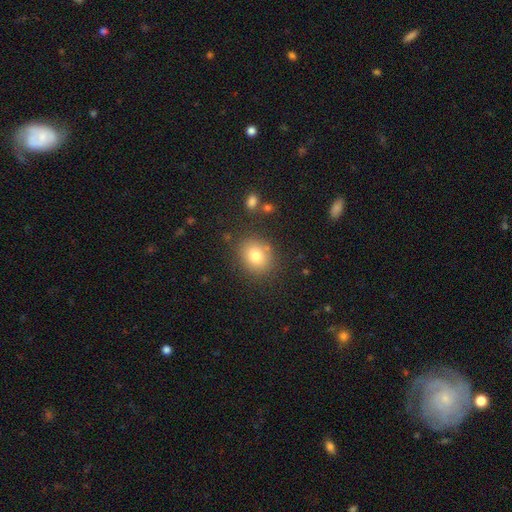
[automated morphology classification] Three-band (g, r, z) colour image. It shows a smooth galaxy with no disk features (80%) that is round (59%). Merging: none (81%).